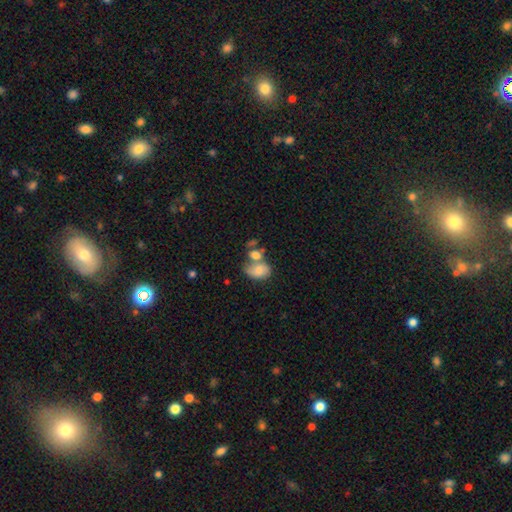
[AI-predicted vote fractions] This appears to be a smooth galaxy with no disk features (72%) that is in between round and cigar-shaped (73%). Merging: merger (50%).